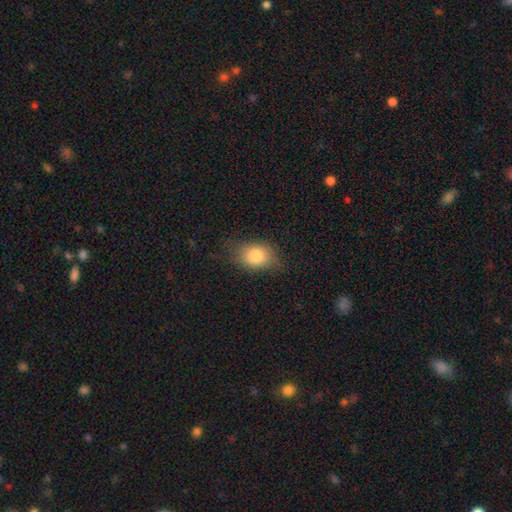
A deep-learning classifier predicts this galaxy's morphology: Smooth or featured?
  - smooth: 82% *
  - featured or disk: 10%
  - star or artifact: 9%
How rounded?
  - in between: 70% *
  - round: 28%
  - cigar-shaped: 1%
Merging?
  - none: 67% *
  - minor disturbance: 24%
  - major disturbance: 8%
  - merger: 1%